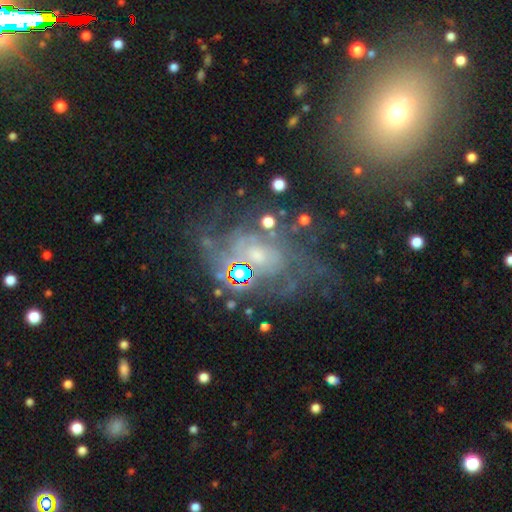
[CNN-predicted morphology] A featured or disk galaxy (71%) with no bar (71%), tight (50%) spiral arms (84%) and a small central bulge (45%). Merging: none (53%).